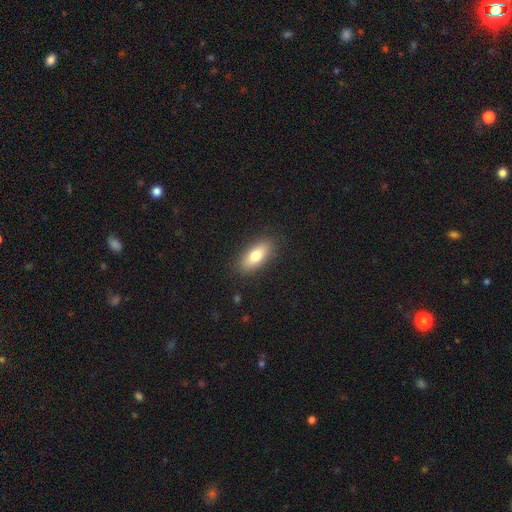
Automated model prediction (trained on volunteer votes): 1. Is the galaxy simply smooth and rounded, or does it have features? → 78% smooth, 15% featured or disk, 7% star or artifact.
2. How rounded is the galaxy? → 81% in between, 16% cigar-shaped, 3% round.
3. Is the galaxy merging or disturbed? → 87% none, 9% minor disturbance, 2% major disturbance, 1% merger.